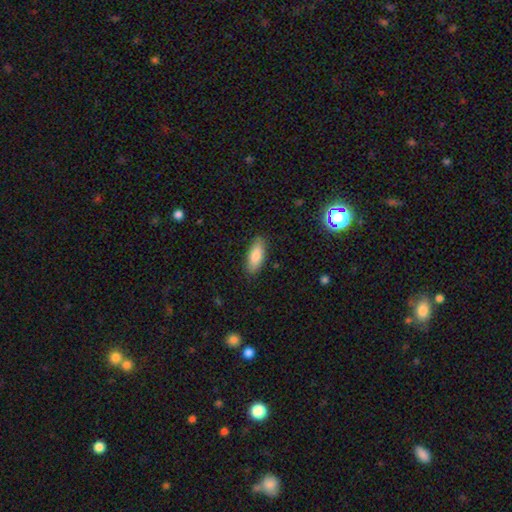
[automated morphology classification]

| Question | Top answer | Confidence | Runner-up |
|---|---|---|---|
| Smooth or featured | smooth | 83% | featured or disk (10%) |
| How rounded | in between | 76% | cigar-shaped (22%) |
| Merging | none | 86% | minor disturbance (11%) |